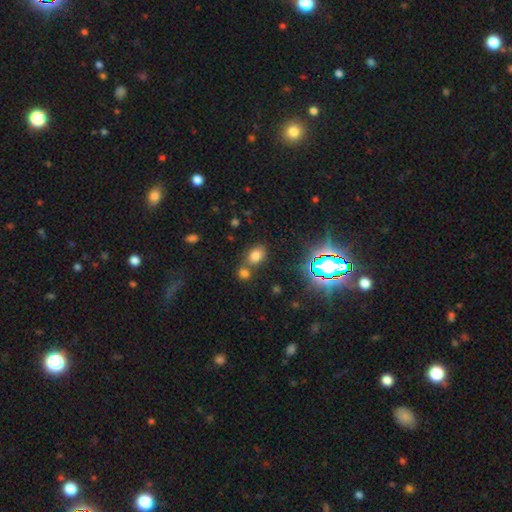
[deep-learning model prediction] smooth-or-featured: smooth: 71% | star or artifact: 22% | featured or disk: 8%
  how-rounded: in between: 74% | round: 25% | cigar-shaped: 2%
  merging: none: 60% | merger: 27% | minor disturbance: 10% | major disturbance: 4%